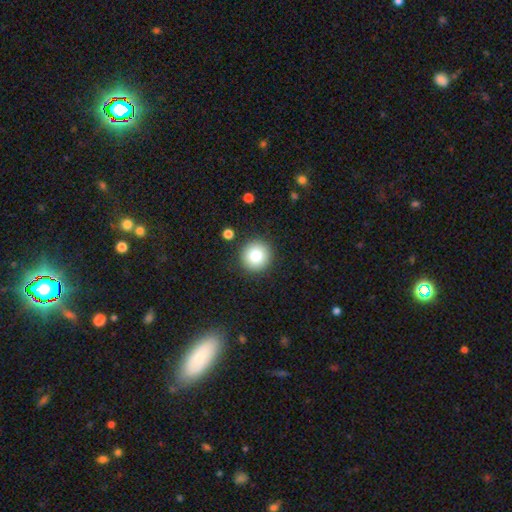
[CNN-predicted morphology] smooth_or_featured: smooth (p=0.81) [alt: star or artifact p=0.10]
how_rounded: round (p=0.95) [alt: in between p=0.04]
merging: none (p=0.90) [alt: minor disturbance p=0.06]